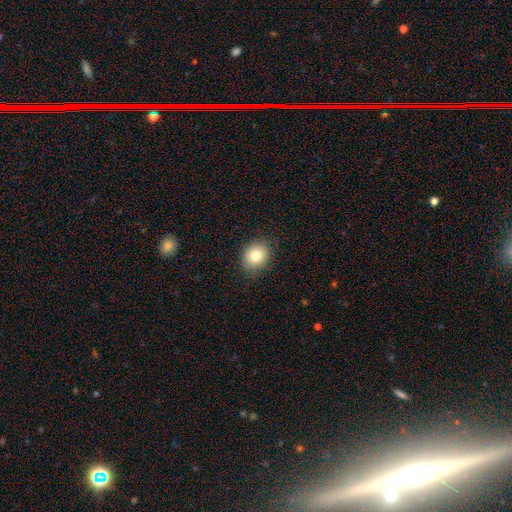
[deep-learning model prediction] The model was most divided on "how rounded": round: 57%, in between: 42%, cigar-shaped: 1%. More confident: merging — none (86%); smooth or featured — smooth (79%).